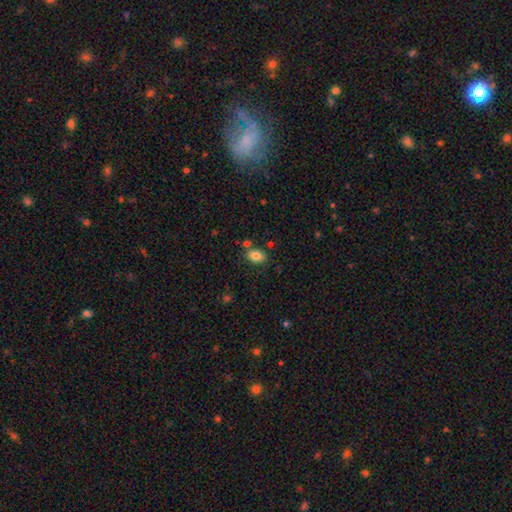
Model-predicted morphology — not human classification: Smooth or featured? Predicted: smooth (p=0.81). How rounded? Predicted: in between (p=0.84). Merging? Predicted: none (p=0.76).